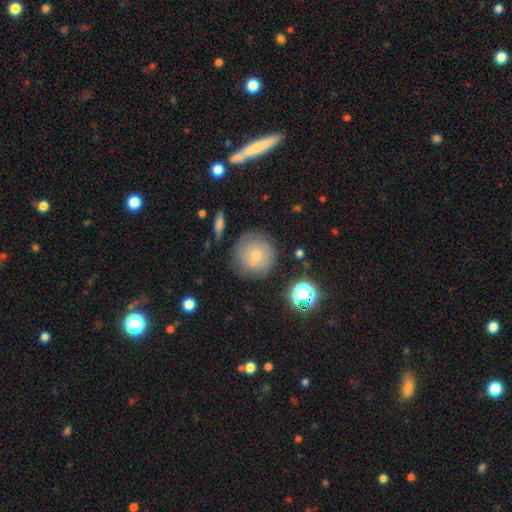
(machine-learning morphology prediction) This is possibly a smooth galaxy (59%). How rounded: clearly round (94%). Merging: likely none (73%).